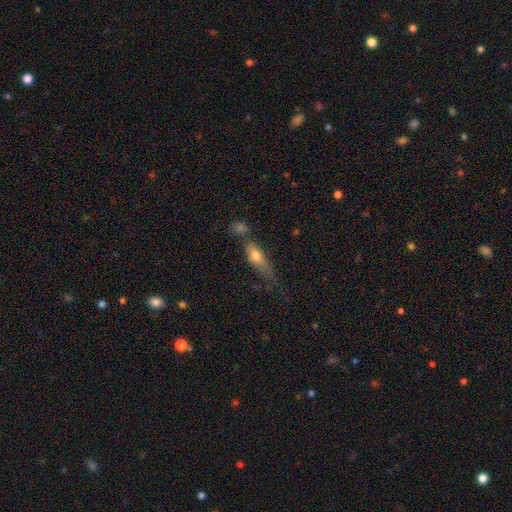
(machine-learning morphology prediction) This is likely a smooth galaxy (66%). How rounded: possibly in between (59%). Merging: marginally none (35%).